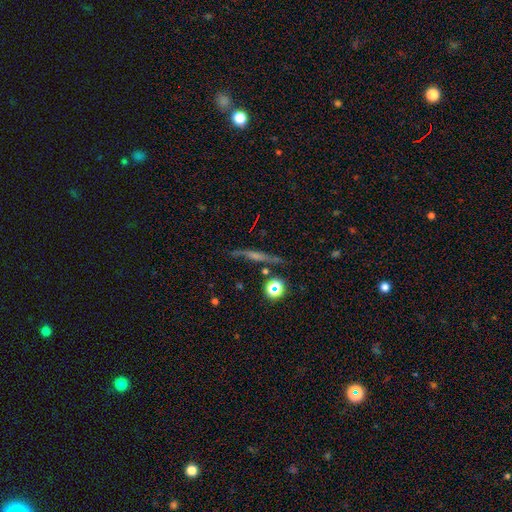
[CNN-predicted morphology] This appears to be a featured or disk galaxy (58%) viewed edge-on (90%) with a rounded central bulge (47%). Merging: none (81%).